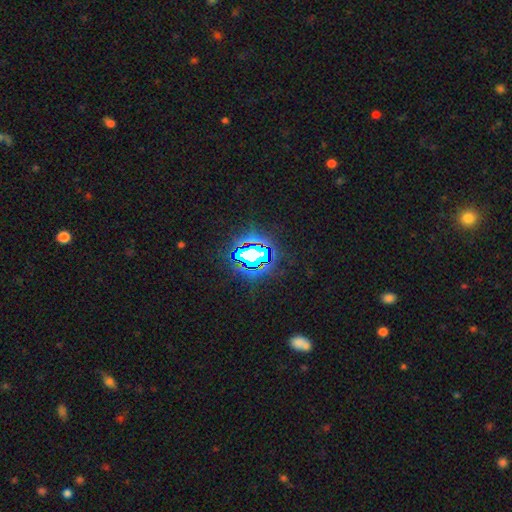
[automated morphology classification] A star or artifact, not a galaxy (73%).